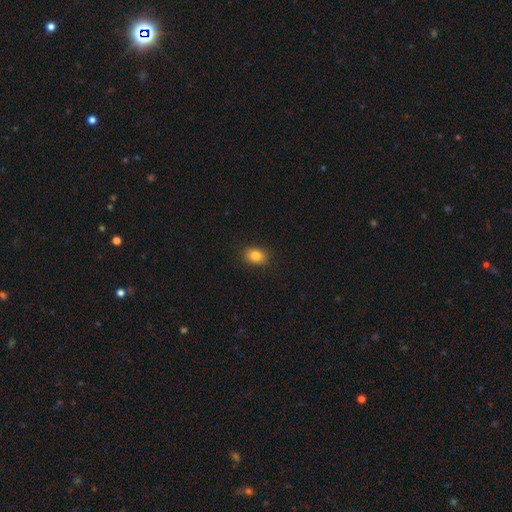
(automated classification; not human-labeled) Overall: smooth (83%). How rounded: in between (65%; round 34%). Merging: none (89%).